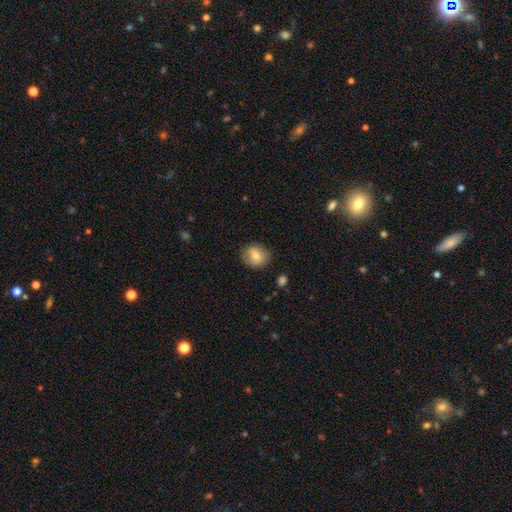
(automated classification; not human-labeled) The model was most divided on "how rounded": round: 66%, in between: 33%, cigar-shaped: 1%. More confident: merging — none (83%); smooth or featured — smooth (75%).